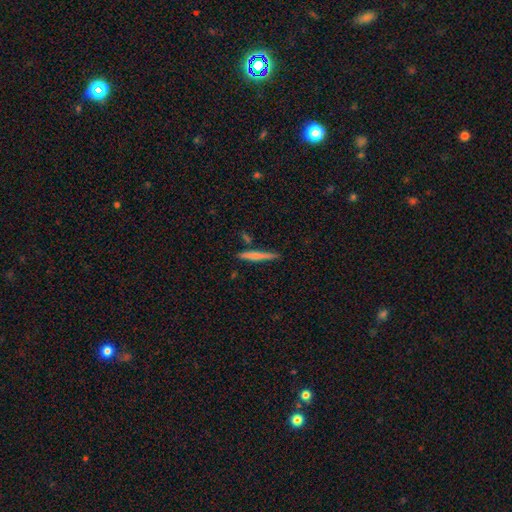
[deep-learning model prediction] smooth-or-featured: smooth: 65% | featured or disk: 30% | star or artifact: 6%
  how-rounded: cigar-shaped: 95% | in between: 4% | round: 2%
  merging: none: 81% | minor disturbance: 11% | merger: 5% | major disturbance: 2%